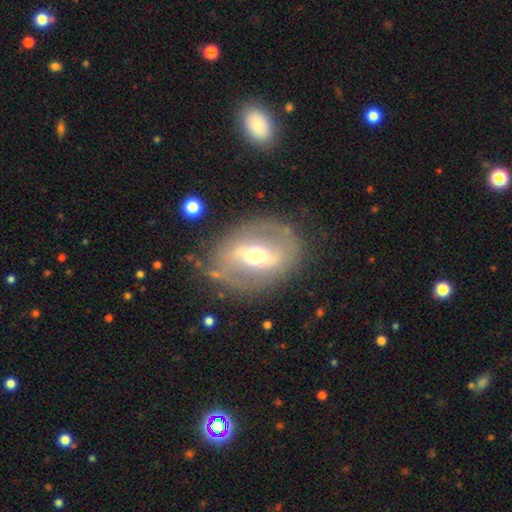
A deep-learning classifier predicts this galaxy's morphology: Q: Smooth or featured?
A: featured or disk (73%); runner-up: smooth (21%)
Q: Edge-on disk?
A: no (92%); runner-up: yes (8%)
Q: Bar?
A: strong (54%); runner-up: weak (32%)
Q: Spiral arms?
A: yes (51%); runner-up: no (49%)
Q: Bulge size?
A: moderate (69%); runner-up: large (16%)
Q: Merging?
A: none (77%); runner-up: minor disturbance (13%)